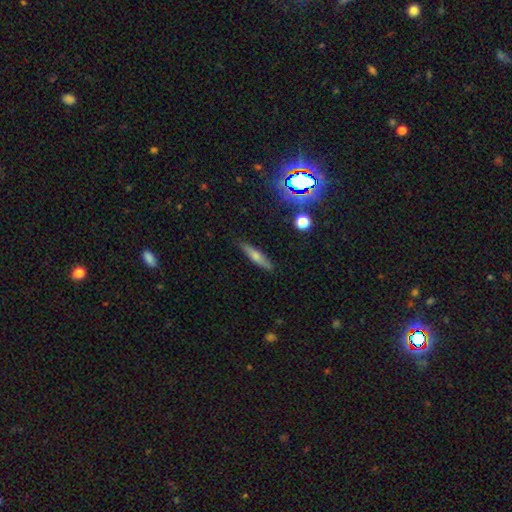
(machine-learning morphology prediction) A smooth galaxy with no disk features (50%) that is cigar-shaped (80%).

Vote fractions:
- Smooth or featured? smooth: 50% / featured or disk: 37% / star or artifact: 12%
- How rounded? cigar-shaped: 80% / in between: 16% / round: 4%
- Merging? none: 87% / minor disturbance: 10% / major disturbance: 2% / merger: 2%